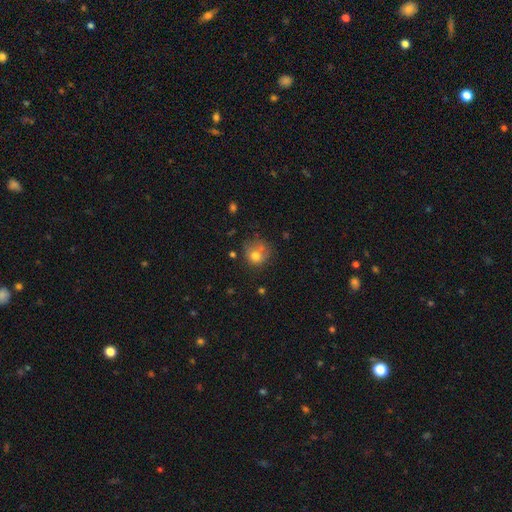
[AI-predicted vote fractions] The model was most divided on "merging": none: 44%, minor disturbance: 25%, major disturbance: 16%, merger: 15%. More confident: how rounded — round (76%); smooth or featured — smooth (72%).